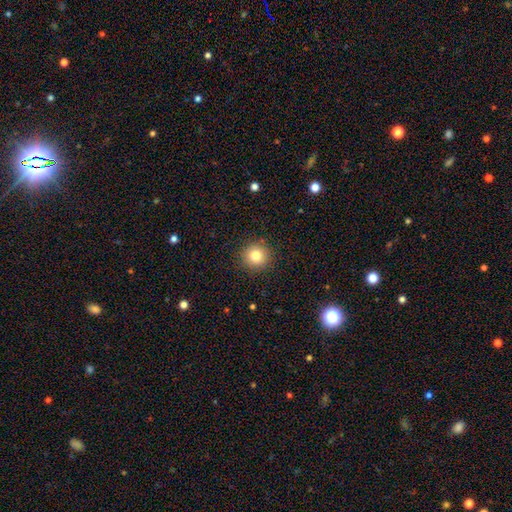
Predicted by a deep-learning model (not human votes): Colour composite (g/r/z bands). It shows a smooth galaxy with no disk features (82%) that is round (94%). Merging: none (91%).